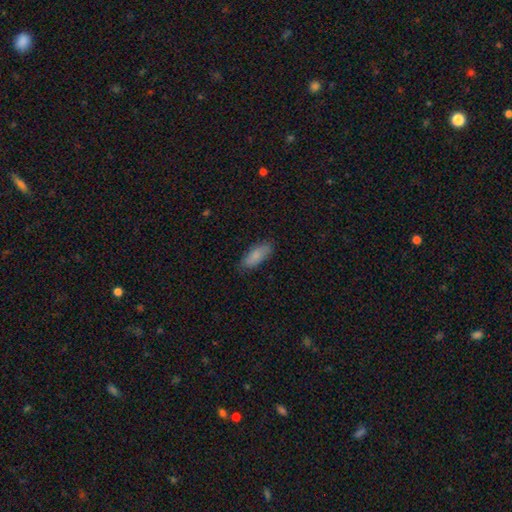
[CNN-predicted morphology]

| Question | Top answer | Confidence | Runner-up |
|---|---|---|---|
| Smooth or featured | smooth | 83% | featured or disk (11%) |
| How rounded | in between | 75% | cigar-shaped (23%) |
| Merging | none | 83% | minor disturbance (14%) |